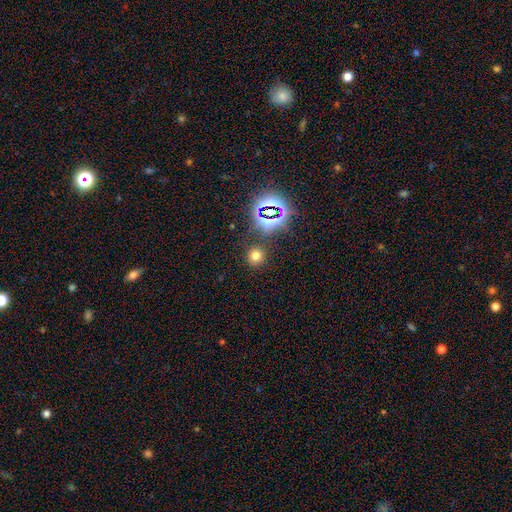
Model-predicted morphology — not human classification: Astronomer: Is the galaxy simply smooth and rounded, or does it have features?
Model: smooth — 66%.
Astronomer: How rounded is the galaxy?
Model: round — 90%.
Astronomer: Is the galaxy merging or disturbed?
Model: none — 86%.